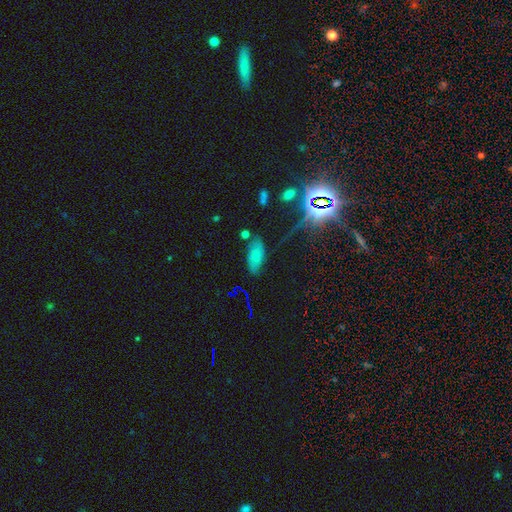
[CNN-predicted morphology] This appears to be a smooth galaxy with no disk features (63%) that is in between round and cigar-shaped (86%). Merging: none (70%).